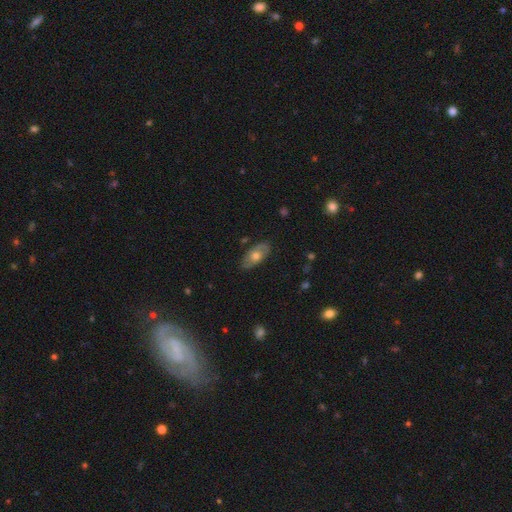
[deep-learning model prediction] A smooth galaxy with no disk features (47%). Merging: none (81%).